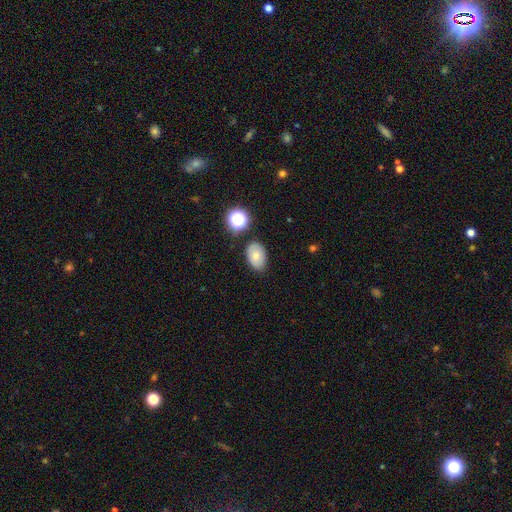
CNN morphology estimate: Q: Smooth or featured?
A: smooth (63%); runner-up: featured or disk (20%)
Q: How rounded?
A: in between (79%); runner-up: round (19%)
Q: Merging?
A: none (82%); runner-up: minor disturbance (11%)